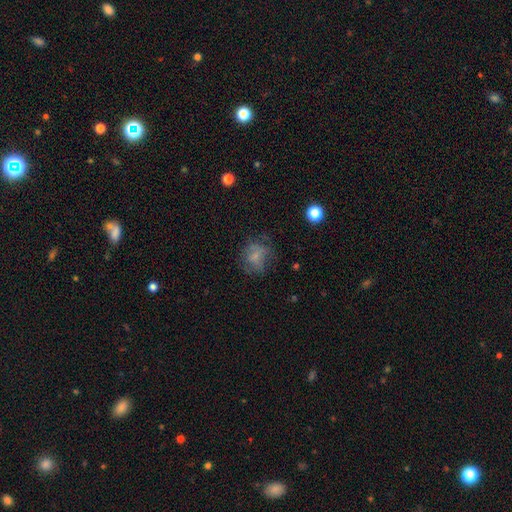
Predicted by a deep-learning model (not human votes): Morphology: type=smooth (60%); roundness=round (65%); merging=none (54%).